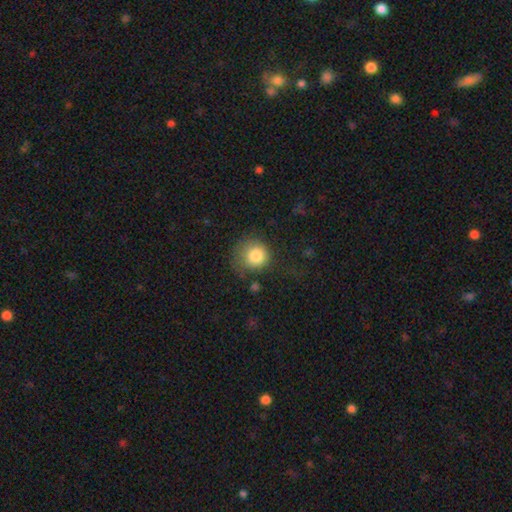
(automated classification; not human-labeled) Overall: smooth (82%). How rounded: round (89%). Merging: none (60%; minor disturbance 23%).